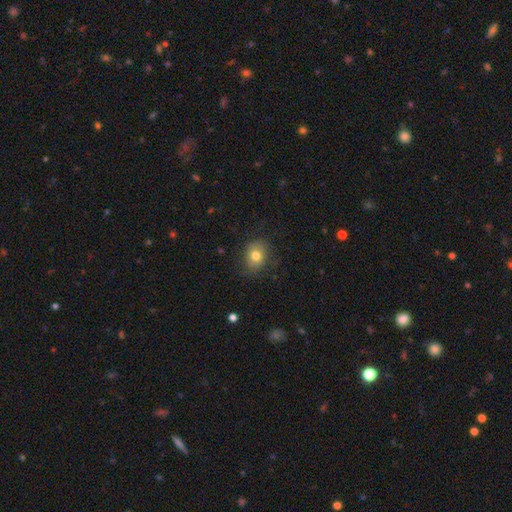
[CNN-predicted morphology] The model was most divided on "how rounded": round: 53%, in between: 46%, cigar-shaped: 1%. More confident: smooth or featured — smooth (72%); merging — none (70%).